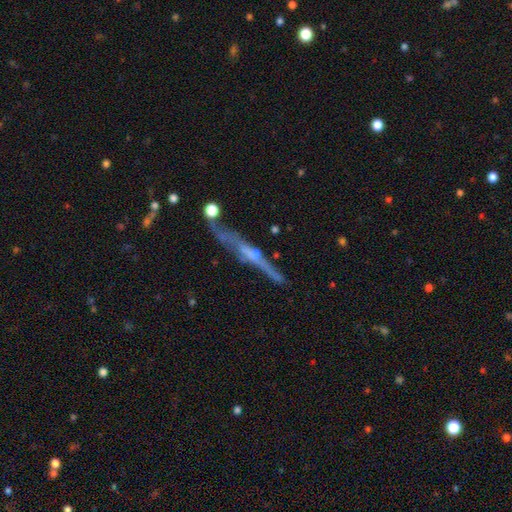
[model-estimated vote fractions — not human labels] Smooth or featured? Predicted: featured or disk (p=0.68). Edge-on disk? Predicted: yes (p=0.88). Edge-on bulge? Predicted: rounded (p=0.47). Merging? Predicted: none (p=0.58).